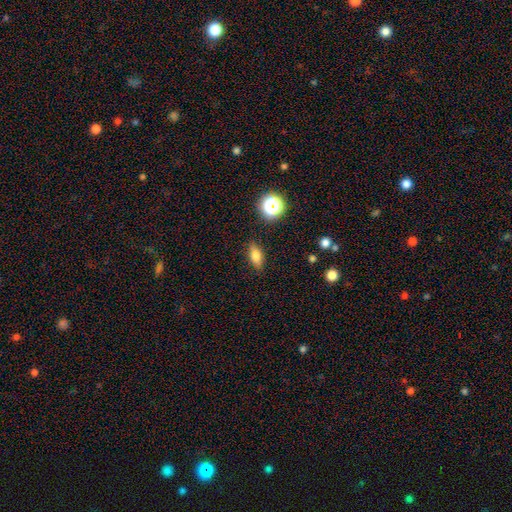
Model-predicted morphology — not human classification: The model was most divided on "how rounded": in between: 76%, cigar-shaped: 16%, round: 8%. More confident: merging — none (86%); smooth or featured — smooth (76%).